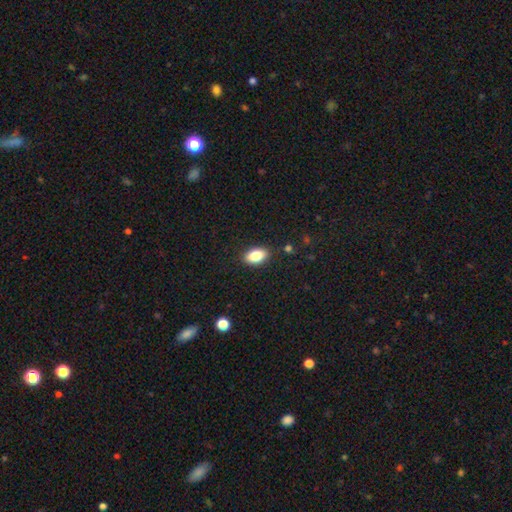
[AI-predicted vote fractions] smooth_or_featured: smooth (p=0.84) [alt: featured or disk p=0.08]
how_rounded: in between (p=0.91) [alt: round p=0.06]
merging: none (p=0.88) [alt: minor disturbance p=0.09]